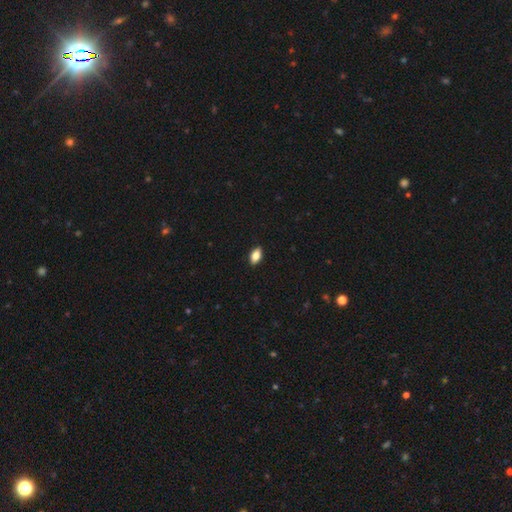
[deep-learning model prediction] Q: Smooth or featured?
A: smooth (82%); runner-up: featured or disk (10%)
Q: How rounded?
A: in between (90%); runner-up: round (5%)
Q: Merging?
A: none (89%); runner-up: minor disturbance (8%)